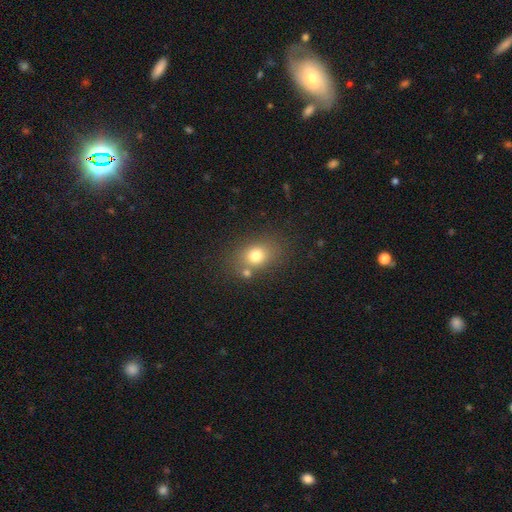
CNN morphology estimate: Smooth or featured? smooth (75%)
How rounded? in between (51%)
Merging? none (67%)